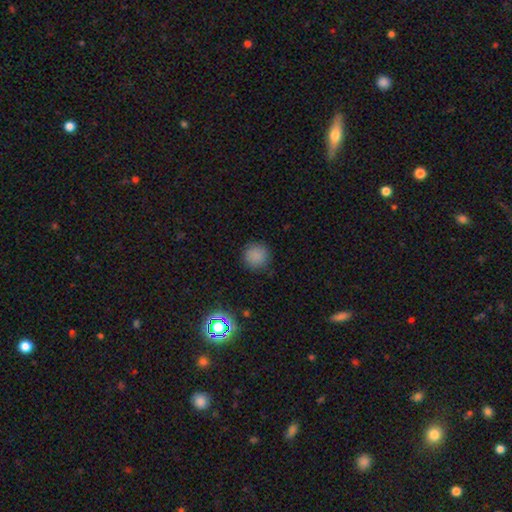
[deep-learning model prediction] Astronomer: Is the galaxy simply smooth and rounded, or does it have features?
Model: smooth — 84%.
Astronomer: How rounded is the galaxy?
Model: round — 94%.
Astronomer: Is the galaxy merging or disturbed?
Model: none — 88%.